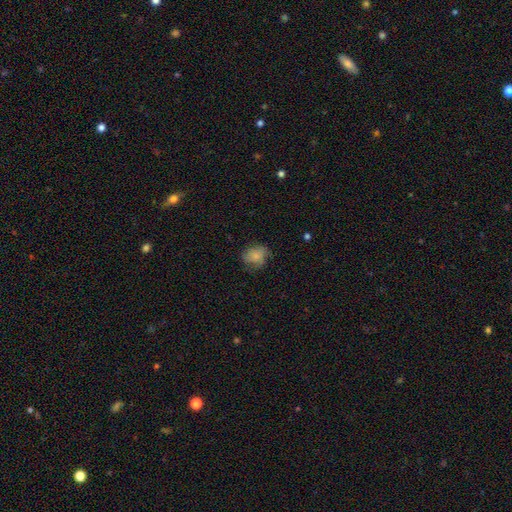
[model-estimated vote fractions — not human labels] smooth 76%, featured or disk 15%, star or artifact 9%. Down the decision tree: how rounded — round (62%); merging — none (64%).